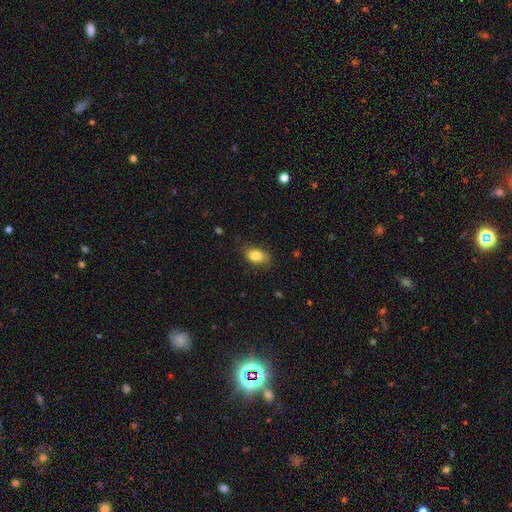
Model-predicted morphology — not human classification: Overall: smooth (85%). How rounded: in between (84%). Merging: none (75%).